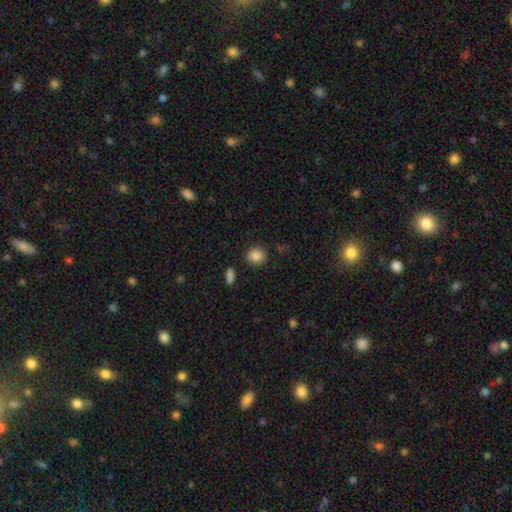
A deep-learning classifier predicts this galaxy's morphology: smooth-or-featured: smooth: 86% | star or artifact: 9% | featured or disk: 5%
  how-rounded: round: 78% | in between: 21% | cigar-shaped: 1%
  merging: none: 86% | minor disturbance: 9% | major disturbance: 2% | merger: 2%